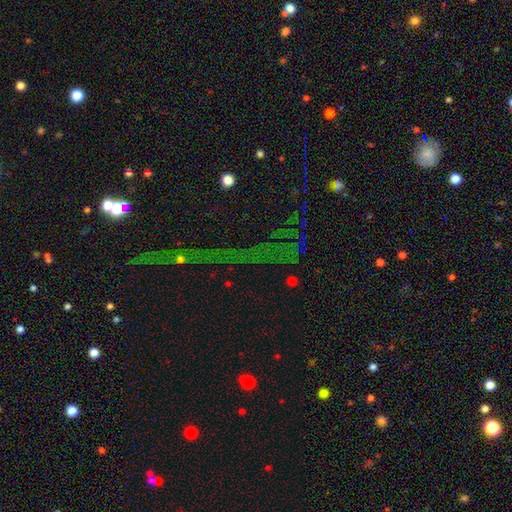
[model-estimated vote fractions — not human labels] Q: Smooth or featured?
A: star or artifact (74%); runner-up: smooth (14%)